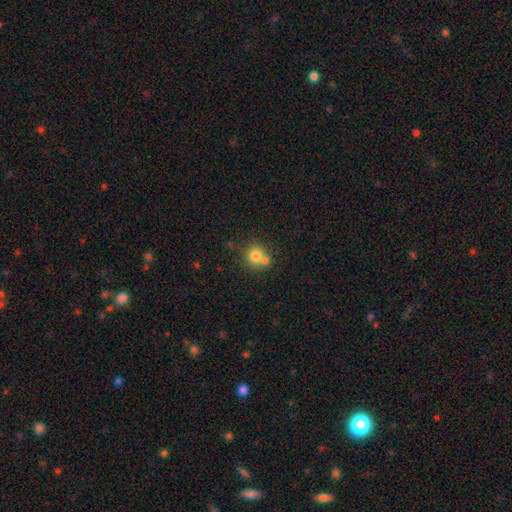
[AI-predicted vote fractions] Smooth or featured: smooth — 77% (featured or disk — 12%)
How rounded: round — 87% (in between — 12%)
Merging: none — 49% (merger — 40%)